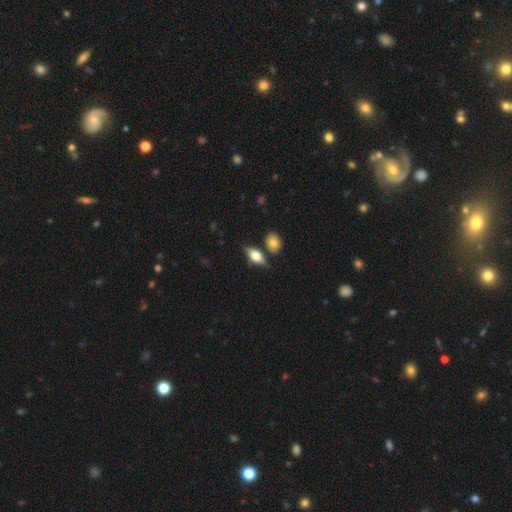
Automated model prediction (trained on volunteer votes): A smooth galaxy with no disk features (63%) that is in between round and cigar-shaped (80%).

Vote fractions:
- Smooth or featured? smooth: 63% / featured or disk: 30% / star or artifact: 7%
- How rounded? in between: 80% / cigar-shaped: 12% / round: 8%
- Merging? none: 68% / minor disturbance: 16% / merger: 12% / major disturbance: 5%